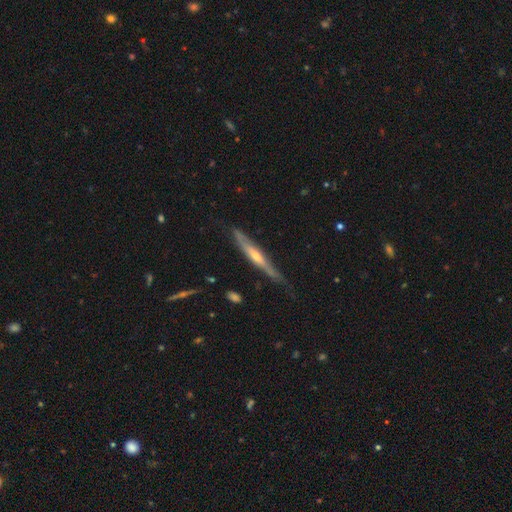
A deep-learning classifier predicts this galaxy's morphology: smooth-or-featured: featured or disk: 68% | smooth: 26% | star or artifact: 6%
  disk-edge-on: yes: 91% | no: 9%
    edge-on-bulge: rounded: 61% | none: 30% | boxy: 9%
  merging: none: 71% | minor disturbance: 23% | major disturbance: 5% | merger: 2%